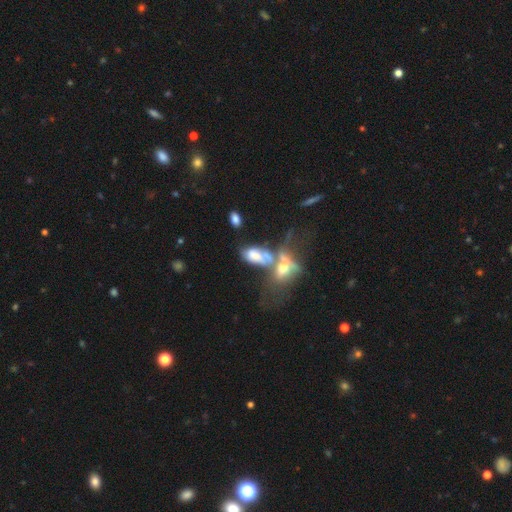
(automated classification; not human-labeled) Q: Smooth or featured?
A: smooth (45%); runner-up: featured or disk (42%)
Q: Merging?
A: merger (62%); runner-up: major disturbance (17%)